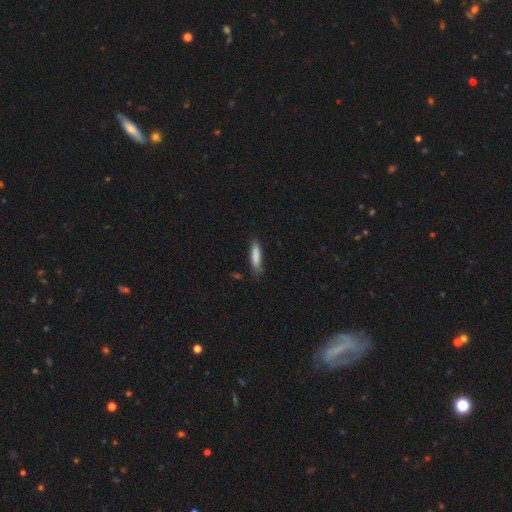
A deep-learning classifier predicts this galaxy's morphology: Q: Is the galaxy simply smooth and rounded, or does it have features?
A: smooth — 84%.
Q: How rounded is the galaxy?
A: cigar-shaped — 74%.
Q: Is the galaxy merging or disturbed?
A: none — 76%.